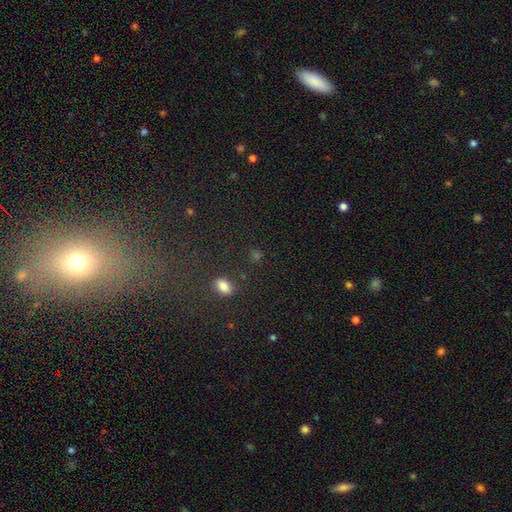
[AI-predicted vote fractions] This appears to be a smooth galaxy with no disk features (67%) that is in between round and cigar-shaped (58%). Merging: none (83%).